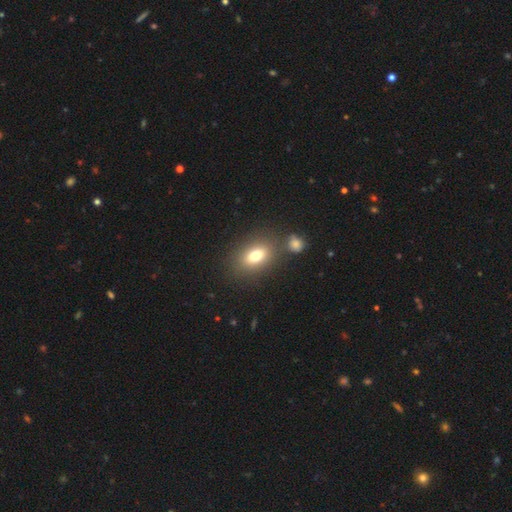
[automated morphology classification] The model was most divided on "smooth or featured": smooth: 75%, featured or disk: 14%, star or artifact: 11%. More confident: how rounded — in between (80%); merging — none (74%).